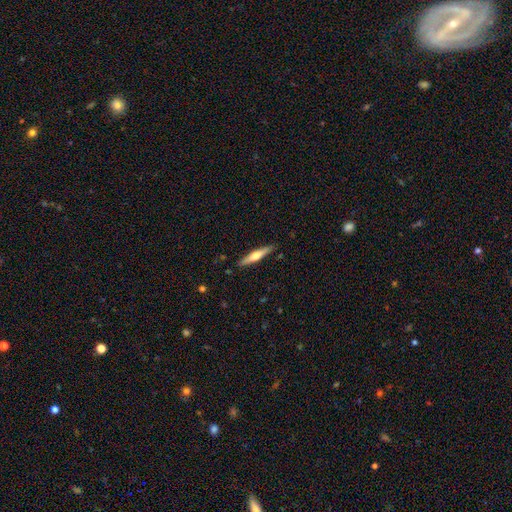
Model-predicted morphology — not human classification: Smooth or featured? Predicted: featured or disk (p=0.50). Merging? Predicted: none (p=0.89).